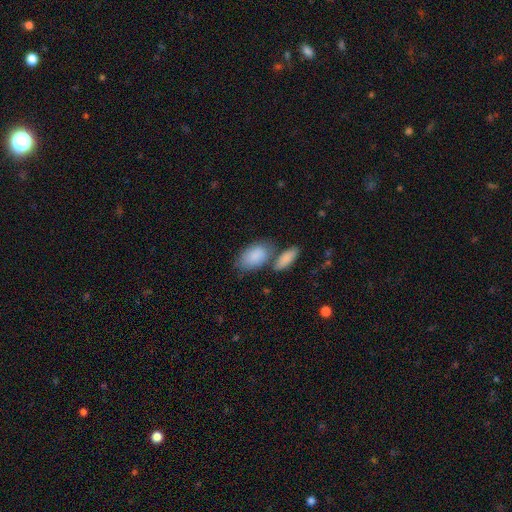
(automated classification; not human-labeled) Smooth or featured? Predicted: smooth (p=0.86). How rounded? Predicted: in between (p=0.93). Merging? Predicted: none (p=0.49).